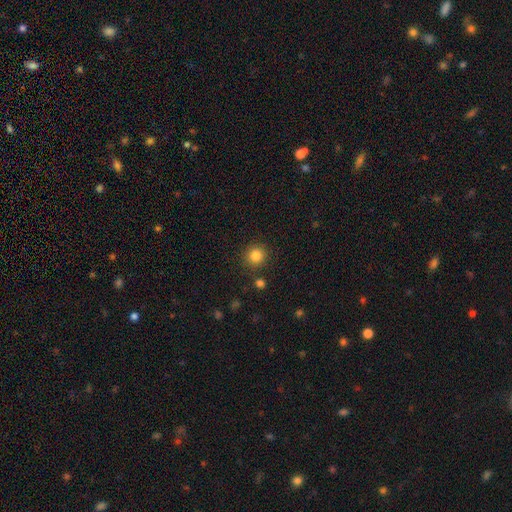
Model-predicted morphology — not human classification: Smooth or featured?
  - smooth: 84% *
  - star or artifact: 12%
  - featured or disk: 5%
How rounded?
  - round: 93% *
  - in between: 6%
  - cigar-shaped: 1%
Merging?
  - none: 87% *
  - minor disturbance: 7%
  - merger: 4%
  - major disturbance: 2%